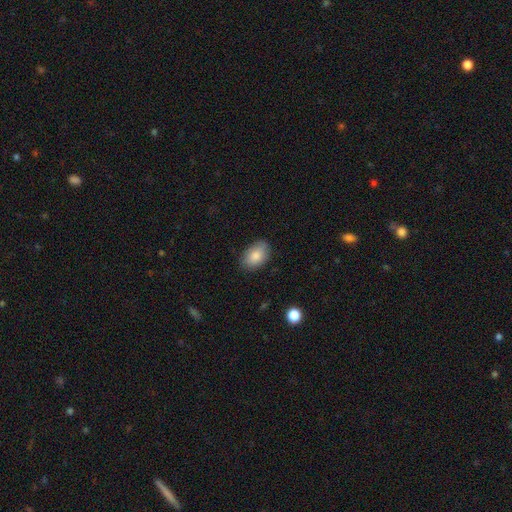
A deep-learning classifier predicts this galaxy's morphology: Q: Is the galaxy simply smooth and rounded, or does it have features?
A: smooth — 85%.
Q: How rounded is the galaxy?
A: in between — 89%.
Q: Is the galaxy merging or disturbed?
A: none — 81%.